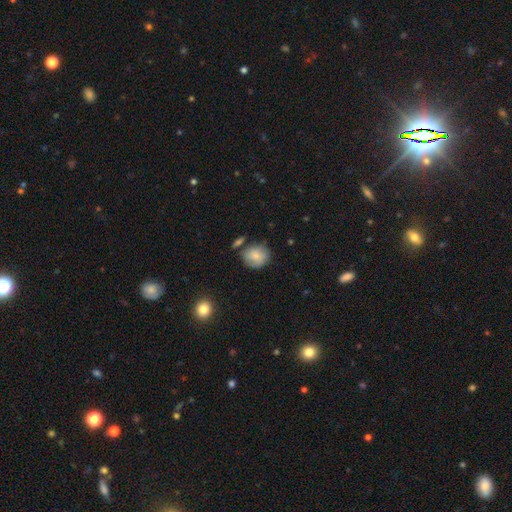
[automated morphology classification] Smooth or featured? smooth (78%)
How rounded? round (77%)
Merging? none (66%)